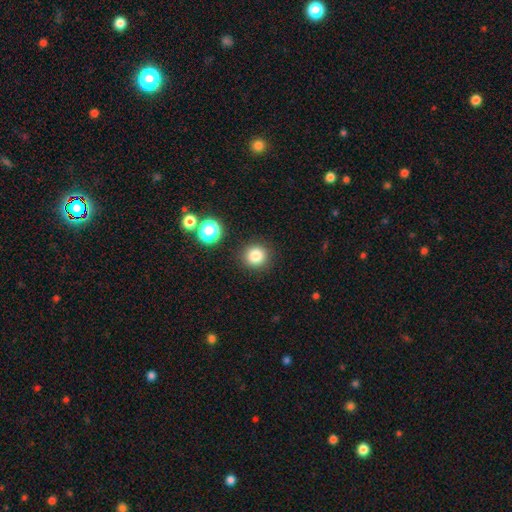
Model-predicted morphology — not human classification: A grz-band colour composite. It shows a smooth galaxy with no disk features (83%) that is round (93%). Merging: none (89%).